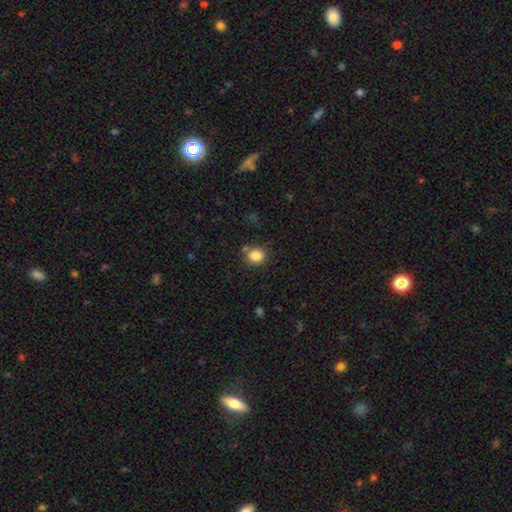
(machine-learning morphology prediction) This appears to be a smooth galaxy with no disk features (84%) that is round (82%). Merging: none (78%).